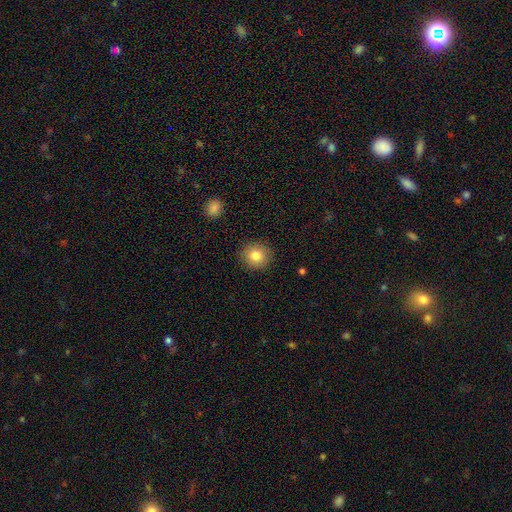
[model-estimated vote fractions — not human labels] Overall: smooth (82%). How rounded: round (91%). Merging: none (90%).